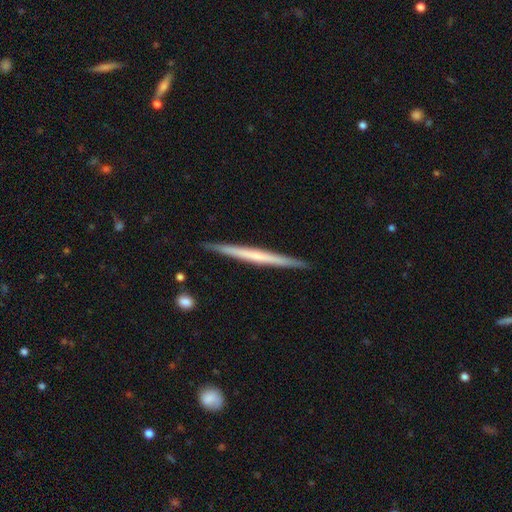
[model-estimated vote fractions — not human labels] featured or disk 56%, smooth 39%, star or artifact 5%. Down the decision tree: edge-on disk — yes (98%); edge-on bulge — none (82%); merging — none (92%).